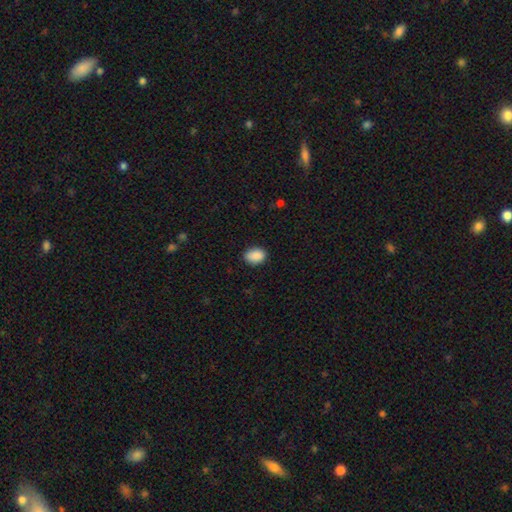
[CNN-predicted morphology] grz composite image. It shows a smooth galaxy with no disk features (90%) that is in between round and cigar-shaped (79%). Merging: none (84%).